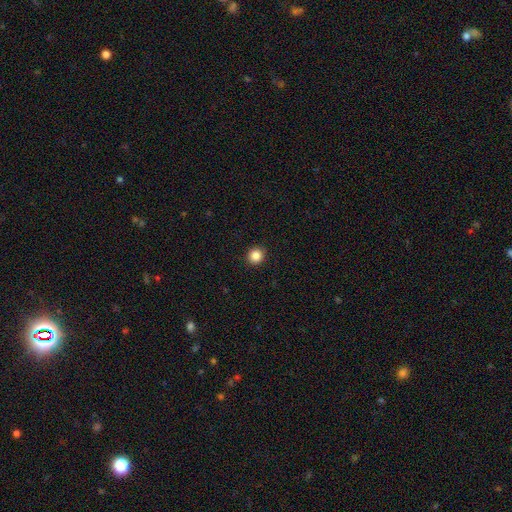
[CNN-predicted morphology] smooth-or-featured: smooth: 86% | star or artifact: 10% | featured or disk: 3%
  how-rounded: round: 93% | in between: 6% | cigar-shaped: 1%
  merging: none: 93% | minor disturbance: 5% | major disturbance: 2% | merger: 1%